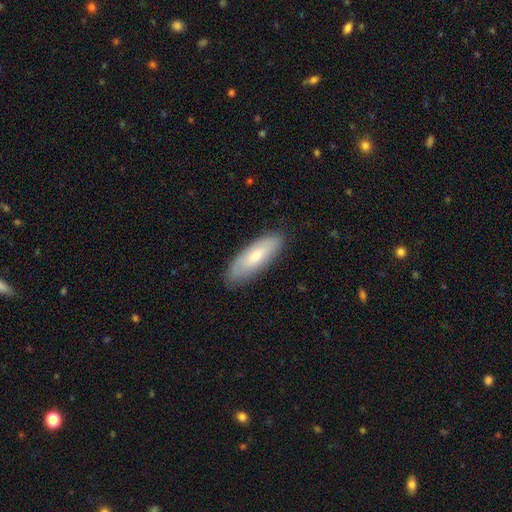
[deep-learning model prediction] Smooth or featured? smooth (71%)
How rounded? in between (60%)
Merging? none (85%)